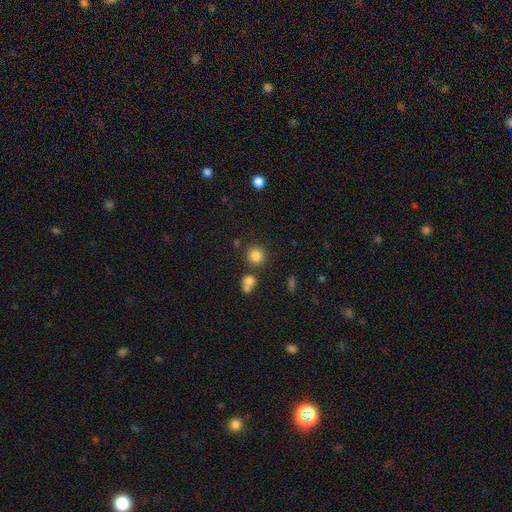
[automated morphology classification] A smooth galaxy with no disk features (83%) that is round (90%). Merging: none (78%).